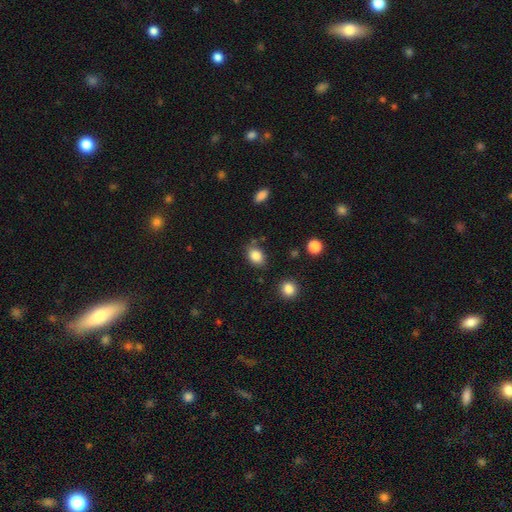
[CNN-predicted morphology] This appears to be a smooth galaxy with no disk features (84%) that is in between round and cigar-shaped (73%). Merging: none (75%).